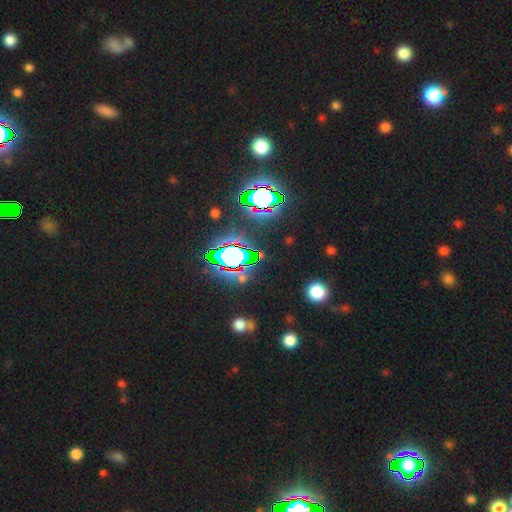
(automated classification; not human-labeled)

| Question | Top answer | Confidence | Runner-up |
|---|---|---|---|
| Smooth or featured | star or artifact | 74% | smooth (15%) |